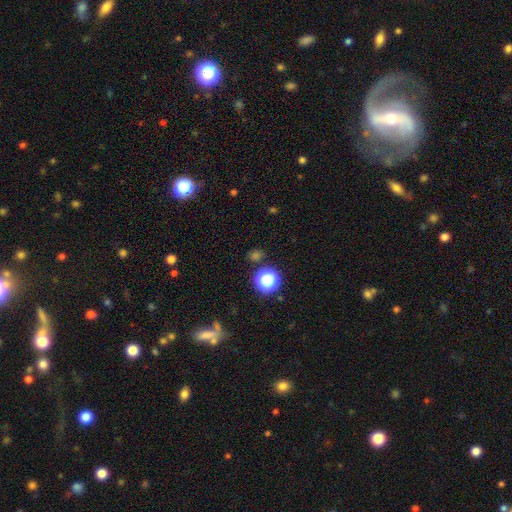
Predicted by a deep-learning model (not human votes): smooth-or-featured: star or artifact: 50% | smooth: 42% | featured or disk: 8%